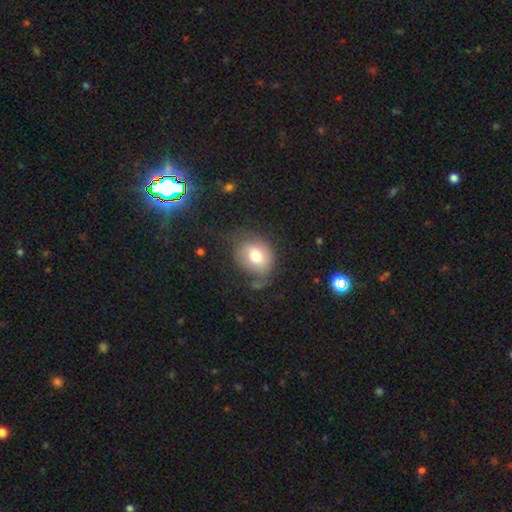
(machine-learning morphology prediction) Q: Smooth or featured?
A: smooth (67%); runner-up: featured or disk (24%)
Q: How rounded?
A: round (61%); runner-up: in between (38%)
Q: Merging?
A: none (48%); runner-up: minor disturbance (28%)